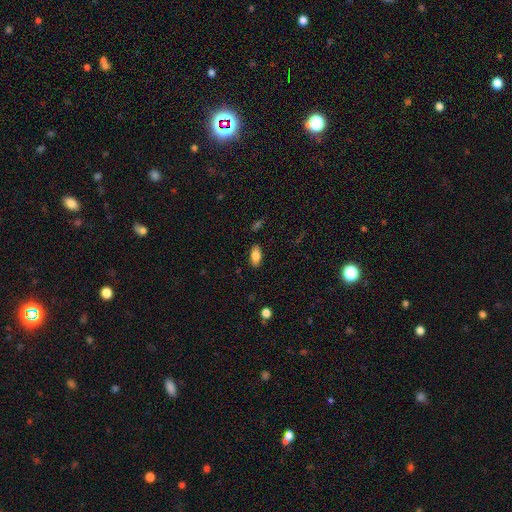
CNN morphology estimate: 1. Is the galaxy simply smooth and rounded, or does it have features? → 82% smooth, 10% featured or disk, 8% star or artifact.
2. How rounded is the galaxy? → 90% in between, 7% cigar-shaped, 3% round.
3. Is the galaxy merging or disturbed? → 87% none, 10% minor disturbance, 2% major disturbance, 1% merger.